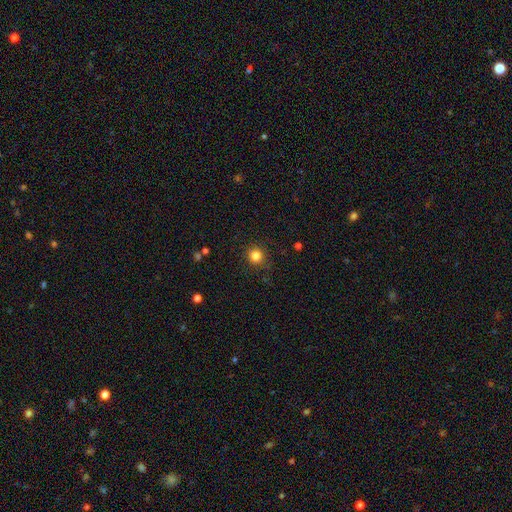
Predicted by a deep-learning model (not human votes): Smooth or featured? Predicted: smooth (p=0.83). How rounded? Predicted: round (p=0.93). Merging? Predicted: none (p=0.88).